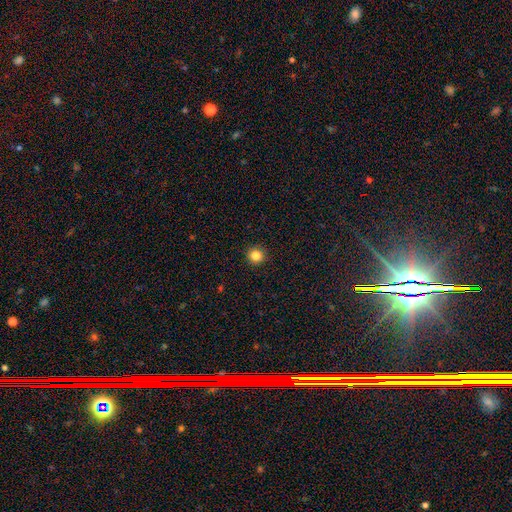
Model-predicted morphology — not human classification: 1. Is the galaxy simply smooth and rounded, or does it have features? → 84% smooth, 12% star or artifact, 4% featured or disk.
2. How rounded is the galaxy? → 95% round, 4% in between, 1% cigar-shaped.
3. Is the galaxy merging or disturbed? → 93% none, 4% minor disturbance, 1% major disturbance, 1% merger.